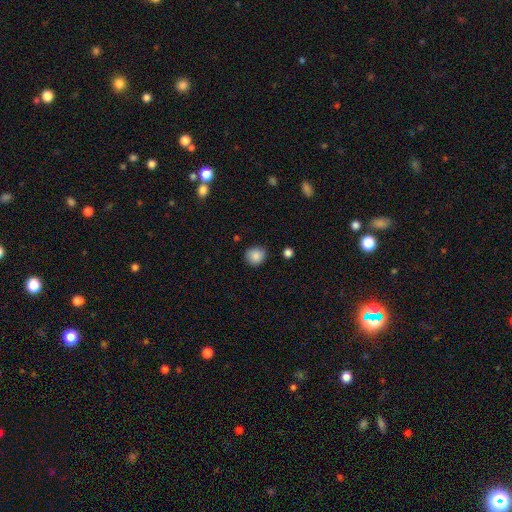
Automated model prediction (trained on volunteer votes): Morphology: type=smooth (87%); roundness=round (84%); merging=none (82%).